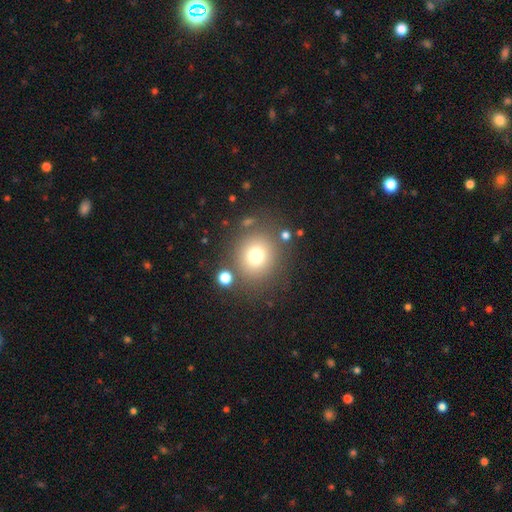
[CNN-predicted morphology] smooth 74%, star or artifact 15%, featured or disk 11%. Down the decision tree: how rounded — round (86%); merging — none (80%).